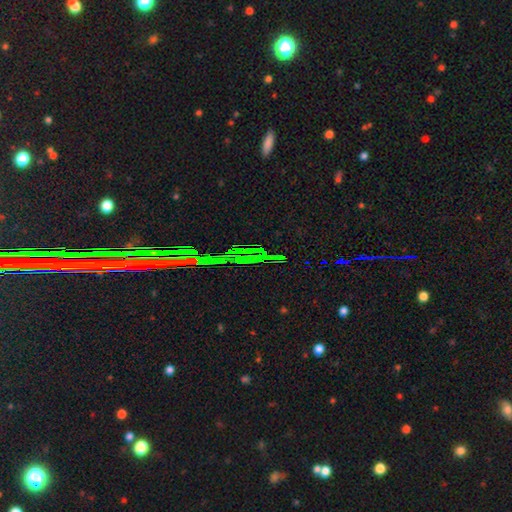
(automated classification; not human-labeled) A star or artifact, not a galaxy (78%).